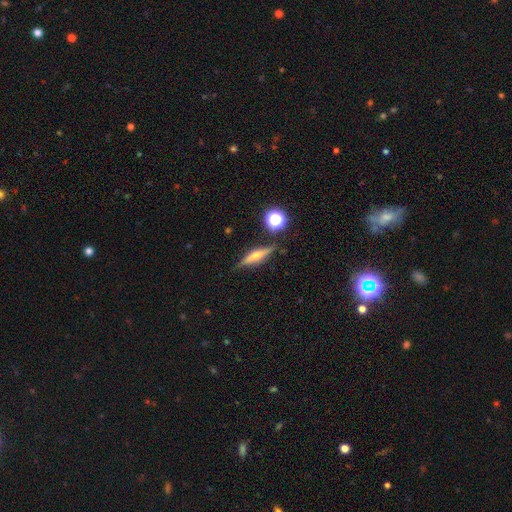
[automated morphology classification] Smooth or featured? featured or disk (54%)
Edge-on disk? yes (94%)
Edge-on bulge? rounded (77%)
Merging? none (83%)